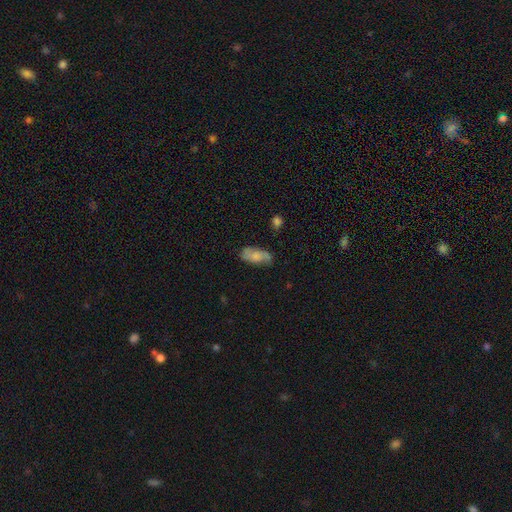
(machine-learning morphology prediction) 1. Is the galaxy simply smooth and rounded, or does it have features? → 59% smooth, 33% featured or disk, 8% star or artifact.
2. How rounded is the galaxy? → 86% in between, 11% cigar-shaped, 3% round.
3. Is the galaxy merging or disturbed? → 62% none, 26% minor disturbance, 9% major disturbance, 3% merger.